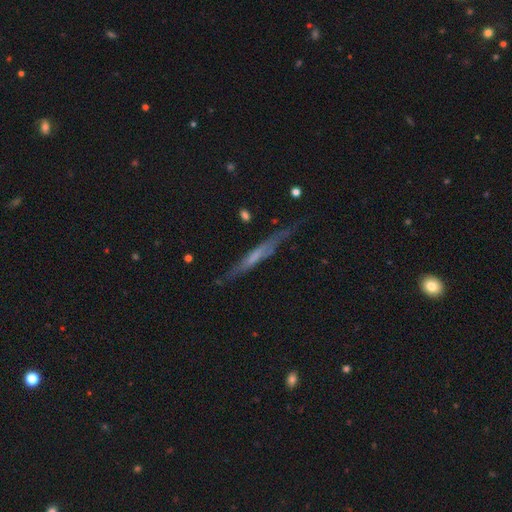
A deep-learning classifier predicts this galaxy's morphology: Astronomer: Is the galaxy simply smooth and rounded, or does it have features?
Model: featured or disk — 56% (runner-up: smooth, 37%).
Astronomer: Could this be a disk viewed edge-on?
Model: yes — 87%.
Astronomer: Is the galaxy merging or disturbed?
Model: none — 67%.